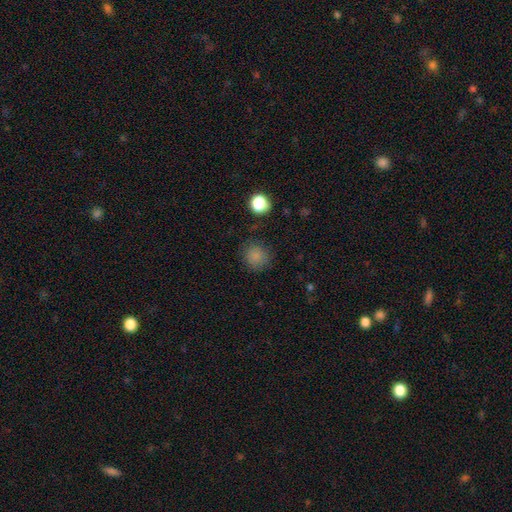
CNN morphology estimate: smooth-or-featured: smooth: 83% | star or artifact: 13% | featured or disk: 5%
  how-rounded: round: 89% | in between: 10% | cigar-shaped: 1%
  merging: none: 82% | minor disturbance: 12% | major disturbance: 4% | merger: 2%